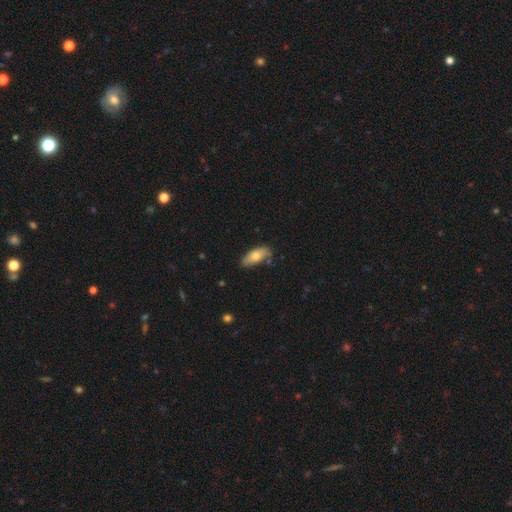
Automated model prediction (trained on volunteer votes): Overall: smooth (73%). How rounded: in between (78%). Merging: none (77%).